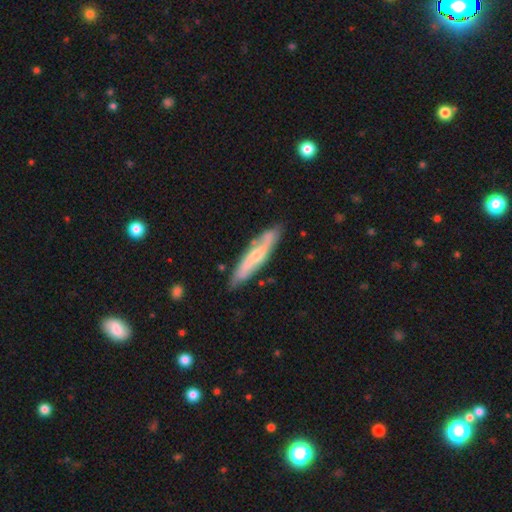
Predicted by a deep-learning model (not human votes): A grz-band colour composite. It shows a featured or disk galaxy (64%). Merging: none (80%).